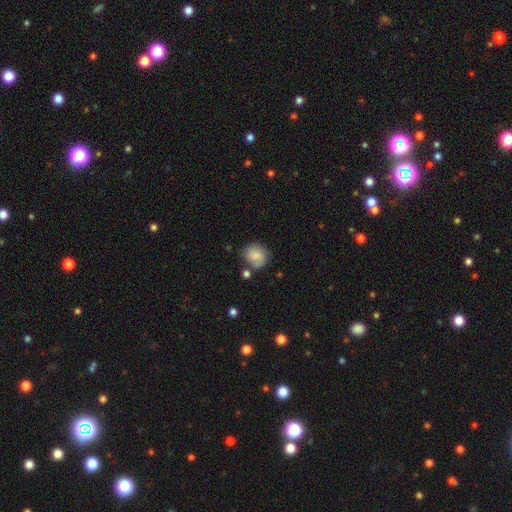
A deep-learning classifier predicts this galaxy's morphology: Smooth or featured? smooth (80%)
How rounded? round (75%)
Merging? none (64%)